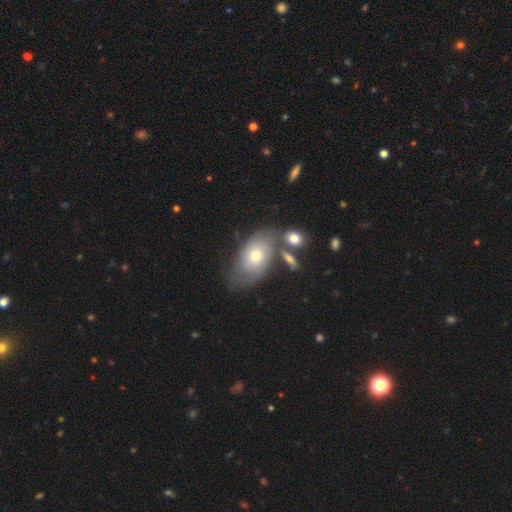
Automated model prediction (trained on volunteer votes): This is possibly a featured or disk galaxy (54%). It is clearly not viewed edge-on (92%). Bar: clearly no (83%). Spiral arm pattern: likely yes (72%). Central bulge: possibly moderate (58%). Merging: possibly none (56%).